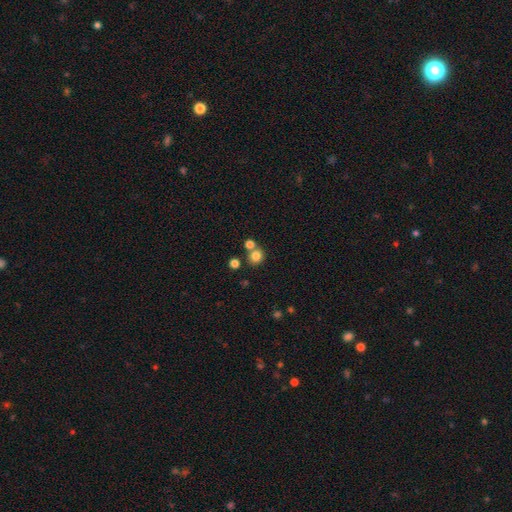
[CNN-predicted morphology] smooth 81%, star or artifact 12%, featured or disk 7%. Down the decision tree: how rounded — round (85%); merging — none (61%).